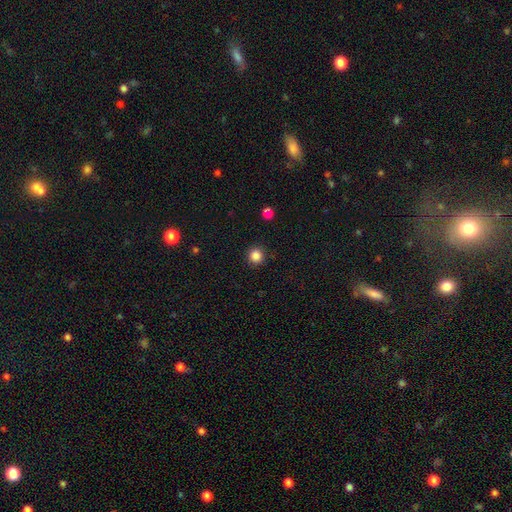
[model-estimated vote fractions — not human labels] Smooth or featured?
  - smooth: 86% *
  - star or artifact: 11%
  - featured or disk: 3%
How rounded?
  - round: 94% *
  - in between: 5%
  - cigar-shaped: 1%
Merging?
  - none: 91% *
  - minor disturbance: 6%
  - major disturbance: 2%
  - merger: 1%